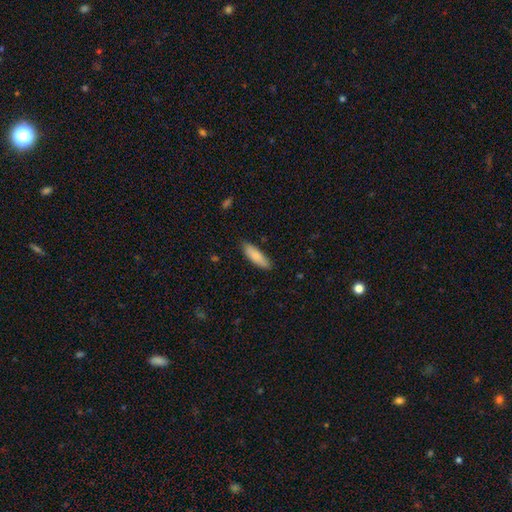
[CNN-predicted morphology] smooth 84%, featured or disk 10%, star or artifact 6%. Down the decision tree: how rounded — cigar-shaped (52%); merging — none (84%).